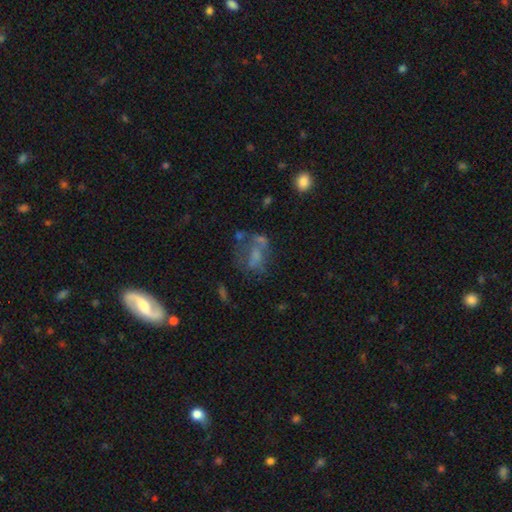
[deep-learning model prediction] The model was most divided on "merging": none: 34%, major disturbance: 31%, merger: 18%, minor disturbance: 17%. Remaining: smooth or featured — featured or disk (44%).